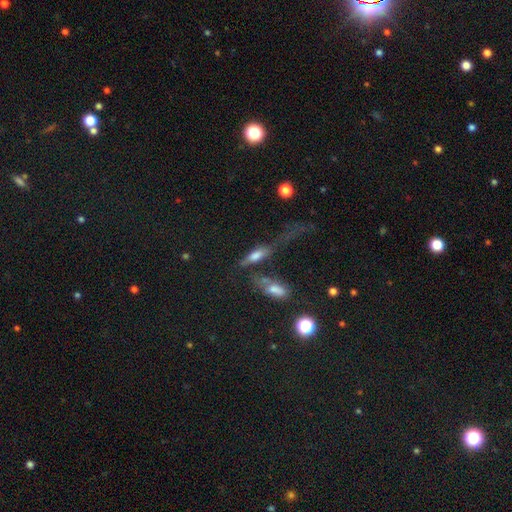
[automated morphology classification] This is possibly a smooth galaxy (55%). How rounded: possibly in between (52%). Merging: marginally major disturbance (29%).